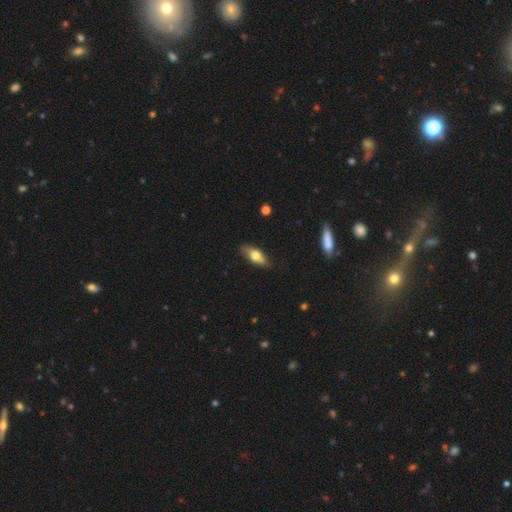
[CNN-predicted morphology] The model was most divided on "smooth or featured": smooth: 63%, featured or disk: 30%, star or artifact: 6%. More confident: merging — none (78%); how rounded — in between (73%).